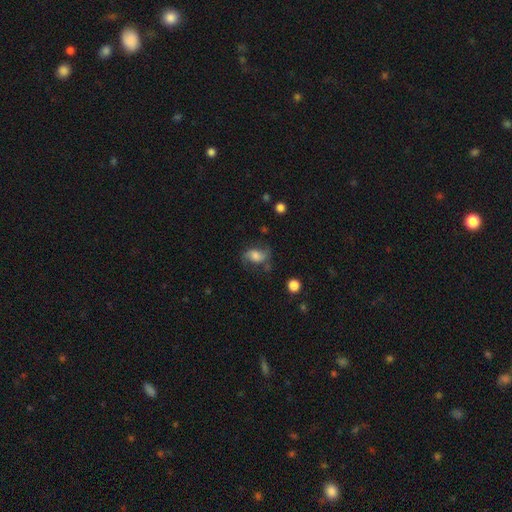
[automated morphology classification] Smooth or featured: smooth — 45% (featured or disk — 44%)
Merging: none — 55% (minor disturbance — 24%)